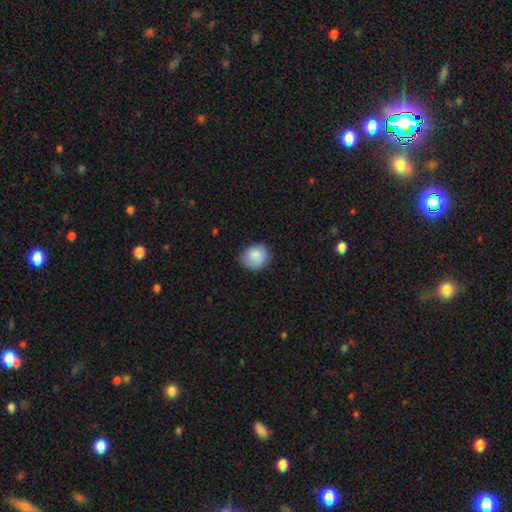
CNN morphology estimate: A smooth galaxy with no disk features (82%) that is round (70%).

Vote fractions:
- Smooth or featured? smooth: 82% / featured or disk: 11% / star or artifact: 7%
- How rounded? round: 70% / in between: 29% / cigar-shaped: 1%
- Merging? none: 70% / minor disturbance: 23% / major disturbance: 6% / merger: 1%